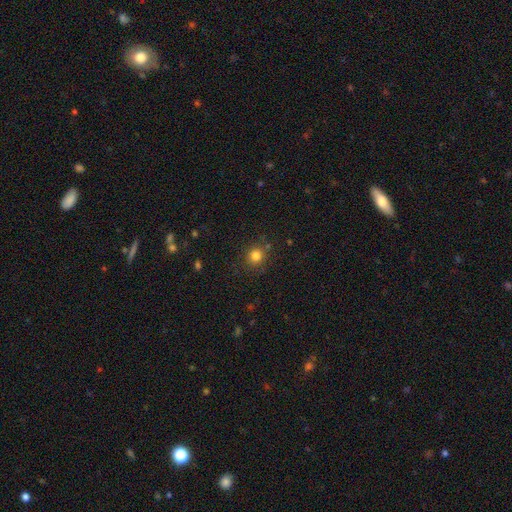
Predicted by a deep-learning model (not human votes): Smooth or featured?
  - smooth: 81% *
  - star or artifact: 14%
  - featured or disk: 5%
How rounded?
  - round: 88% *
  - in between: 11%
  - cigar-shaped: 1%
Merging?
  - none: 84% *
  - minor disturbance: 9%
  - merger: 4%
  - major disturbance: 3%